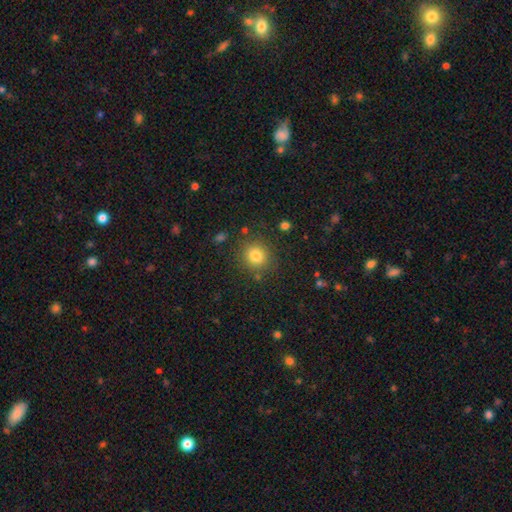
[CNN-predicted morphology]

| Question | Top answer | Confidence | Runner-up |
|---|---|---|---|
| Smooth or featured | smooth | 81% | star or artifact (12%) |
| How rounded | round | 89% | in between (10%) |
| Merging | none | 86% | minor disturbance (8%) |